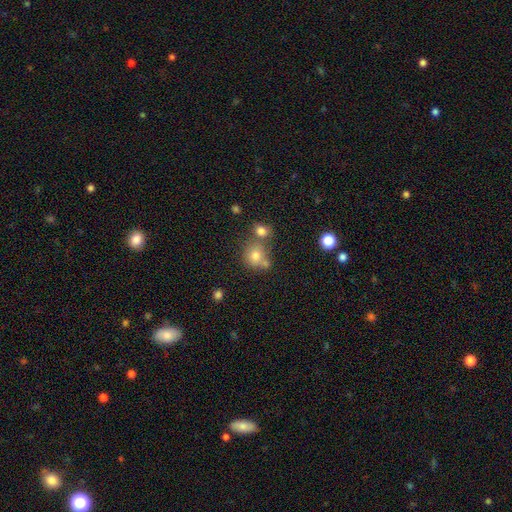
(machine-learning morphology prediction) Q: Smooth or featured?
A: smooth (75%); runner-up: star or artifact (14%)
Q: How rounded?
A: round (81%); runner-up: in between (18%)
Q: Merging?
A: none (50%); runner-up: merger (34%)